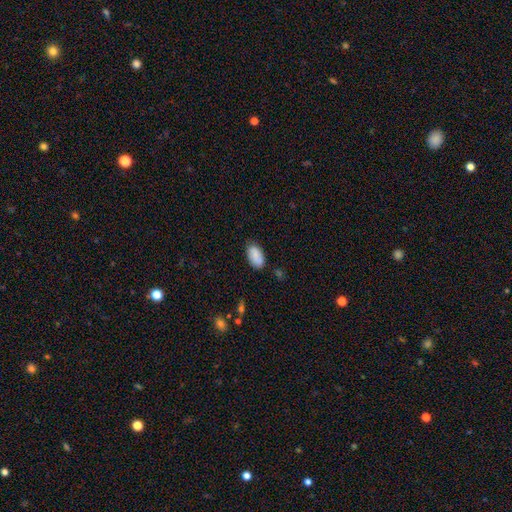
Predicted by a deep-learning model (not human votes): The model was most divided on "merging": none: 80%, minor disturbance: 15%, major disturbance: 3%, merger: 2%. More confident: how rounded — in between (94%); smooth or featured — smooth (86%).